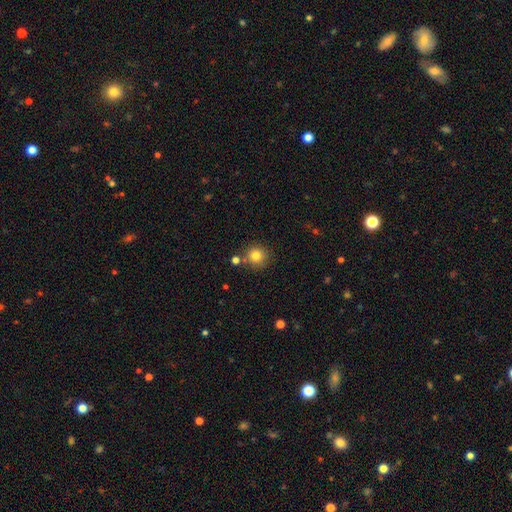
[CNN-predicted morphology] This is clearly a smooth galaxy (80%). How rounded: clearly round (92%). Merging: likely none (77%).